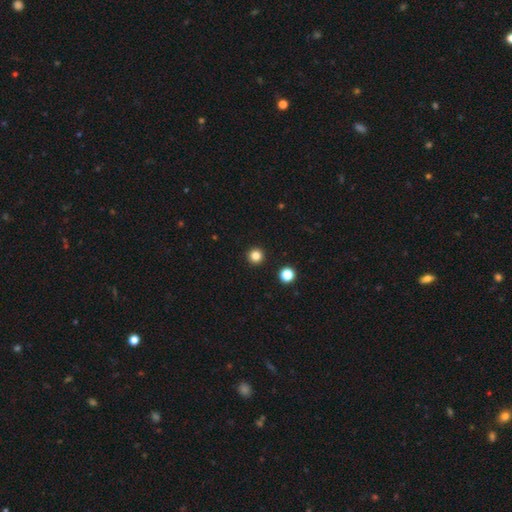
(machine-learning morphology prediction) smooth-or-featured: smooth: 83% | star or artifact: 13% | featured or disk: 4%
  how-rounded: round: 97% | in between: 3% | cigar-shaped: 1%
  merging: none: 94% | minor disturbance: 4% | major disturbance: 1% | merger: 1%